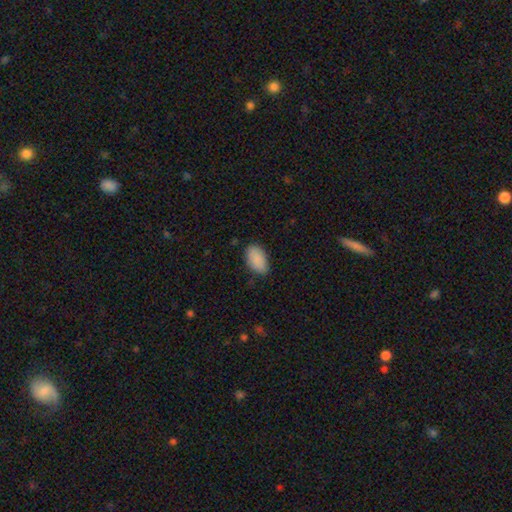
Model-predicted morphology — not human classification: This appears to be a smooth galaxy with no disk features (89%) that is in between round and cigar-shaped (93%). Merging: none (80%).